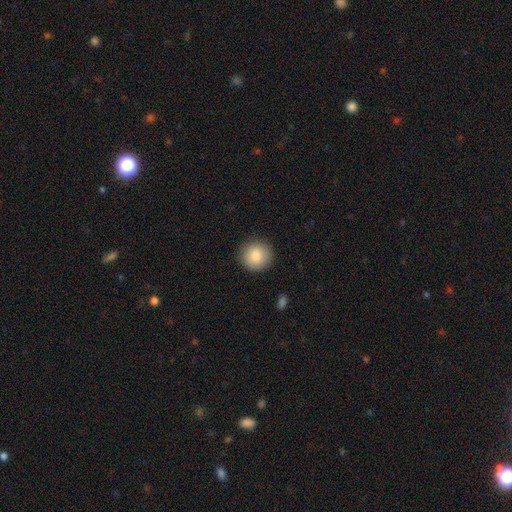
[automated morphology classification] A smooth galaxy with no disk features (84%) that is round (93%).

Vote fractions:
- Smooth or featured? smooth: 84% / featured or disk: 8% / star or artifact: 8%
- How rounded? round: 93% / in between: 6% / cigar-shaped: 1%
- Merging? none: 89% / minor disturbance: 7% / major disturbance: 2% / merger: 1%